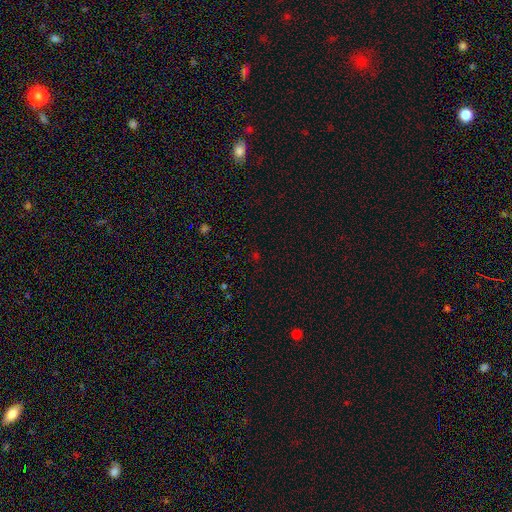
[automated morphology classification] smooth_or_featured: star or artifact (p=0.60) [alt: smooth p=0.33]